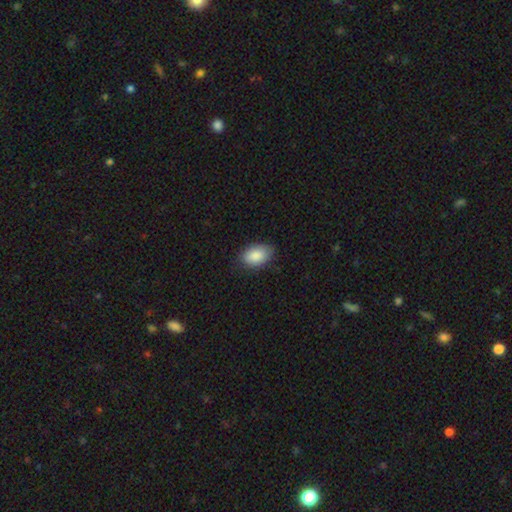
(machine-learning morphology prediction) Smooth or featured?
  - smooth: 88% *
  - star or artifact: 6%
  - featured or disk: 6%
How rounded?
  - in between: 91% *
  - round: 8%
  - cigar-shaped: 1%
Merging?
  - none: 80% *
  - minor disturbance: 16%
  - major disturbance: 3%
  - merger: 1%